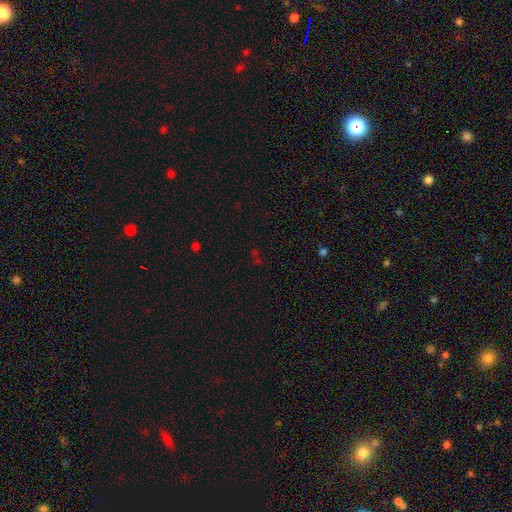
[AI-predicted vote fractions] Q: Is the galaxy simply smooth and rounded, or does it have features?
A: star or artifact — 60%.